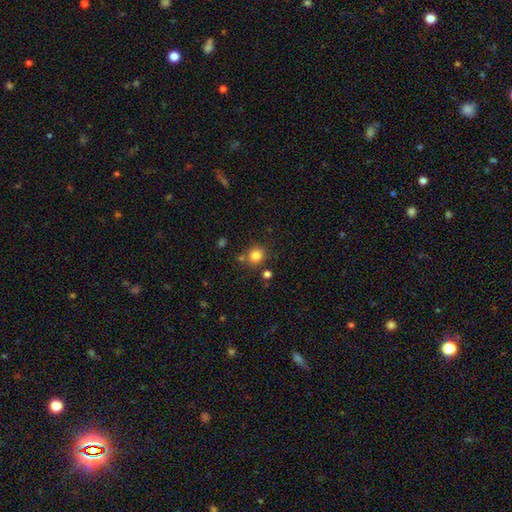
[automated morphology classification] type=smooth (82%); roundness=round (86%); merging=none (78%).